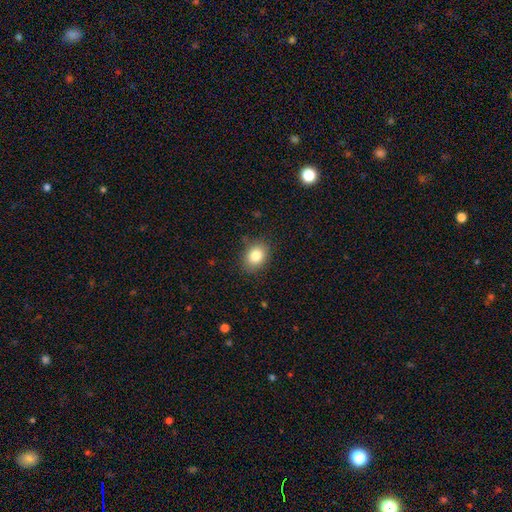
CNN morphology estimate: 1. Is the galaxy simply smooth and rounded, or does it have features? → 83% smooth, 9% star or artifact, 7% featured or disk.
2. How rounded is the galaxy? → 58% in between, 41% round, 1% cigar-shaped.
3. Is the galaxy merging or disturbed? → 83% none, 12% minor disturbance, 3% major disturbance, 1% merger.